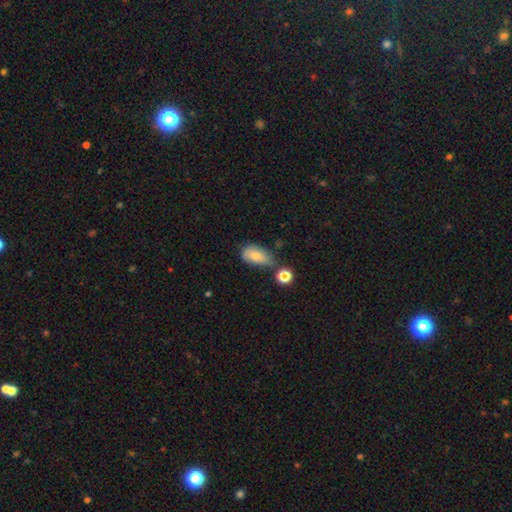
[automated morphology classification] Smooth or featured: smooth — 79% (featured or disk — 13%)
How rounded: in between — 89% (round — 6%)
Merging: none — 49% (minor disturbance — 31%)